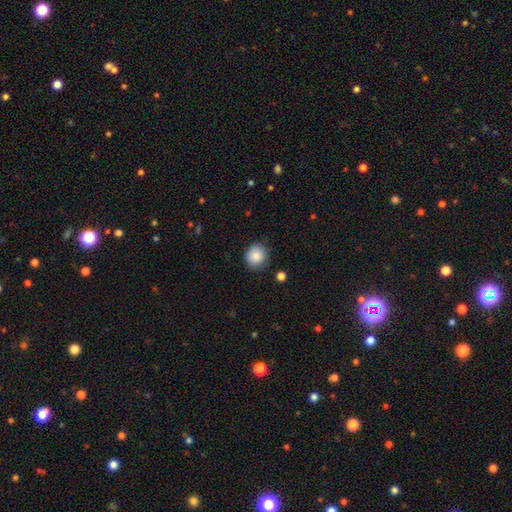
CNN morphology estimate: type=smooth (87%); roundness=round (88%); merging=none (86%).